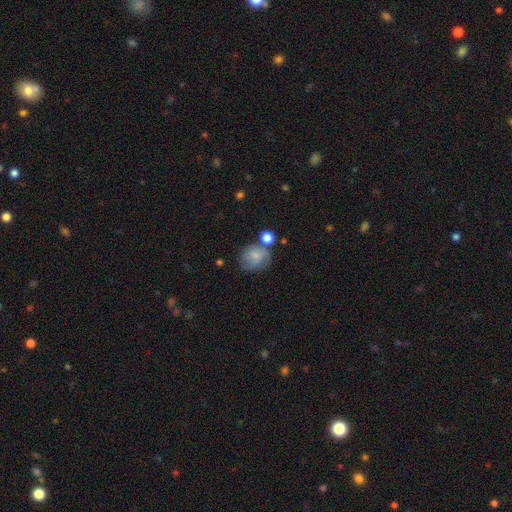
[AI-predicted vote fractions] Overall: smooth (68%). How rounded: round (69%; in between 30%). Merging: none (48%; minor disturbance 24%).